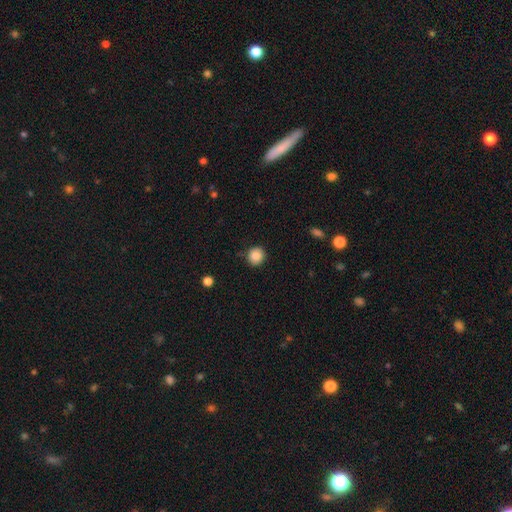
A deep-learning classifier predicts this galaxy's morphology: smooth 86%, star or artifact 9%, featured or disk 5%. Down the decision tree: how rounded — round (89%); merging — none (86%).